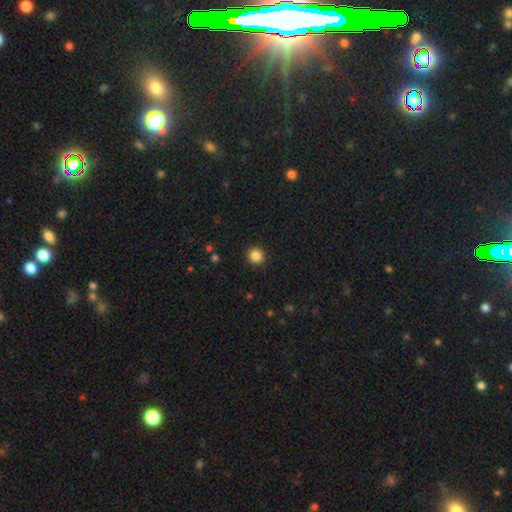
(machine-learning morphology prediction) A smooth galaxy with no disk features (86%) that is round (94%). Merging: none (92%).